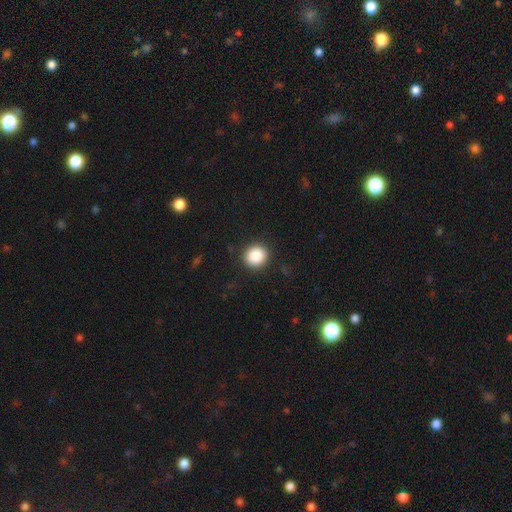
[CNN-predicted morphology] type=smooth (88%); roundness=round (91%); merging=none (91%).